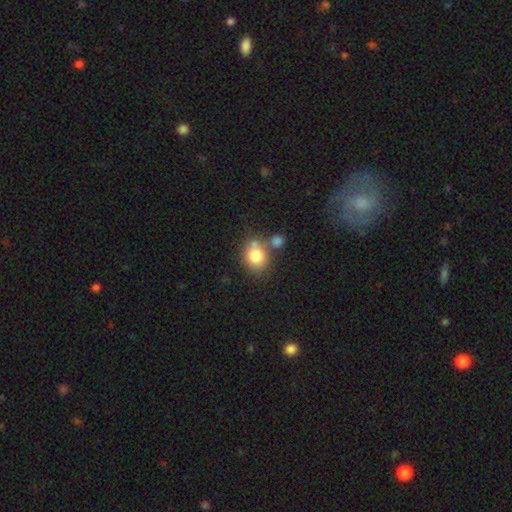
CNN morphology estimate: Smooth or featured? Predicted: smooth (p=0.79). How rounded? Predicted: round (p=0.69). Merging? Predicted: none (p=0.54).